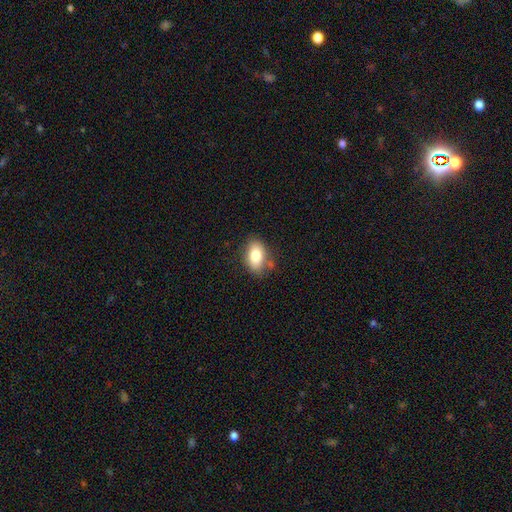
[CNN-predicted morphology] type=smooth (79%); roundness=in between (87%); merging=none (77%).